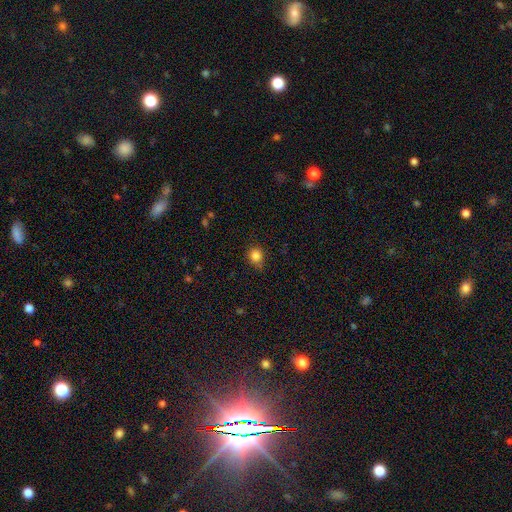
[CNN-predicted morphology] smooth-or-featured: smooth: 83% | star or artifact: 12% | featured or disk: 5%
  how-rounded: round: 82% | in between: 17% | cigar-shaped: 1%
  merging: none: 72% | minor disturbance: 22% | major disturbance: 4% | merger: 2%